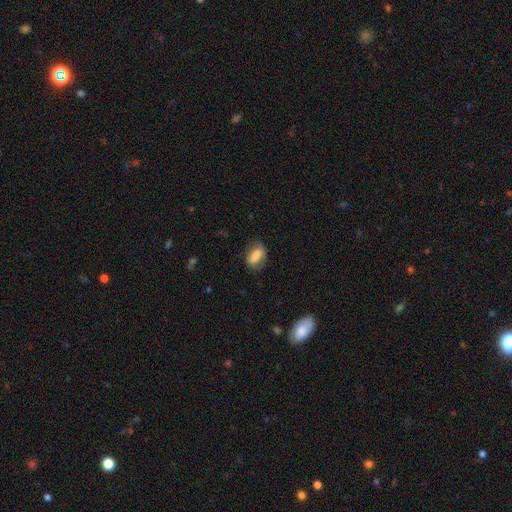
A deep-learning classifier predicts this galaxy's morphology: Smooth or featured? smooth (79%)
How rounded? in between (86%)
Merging? none (74%)